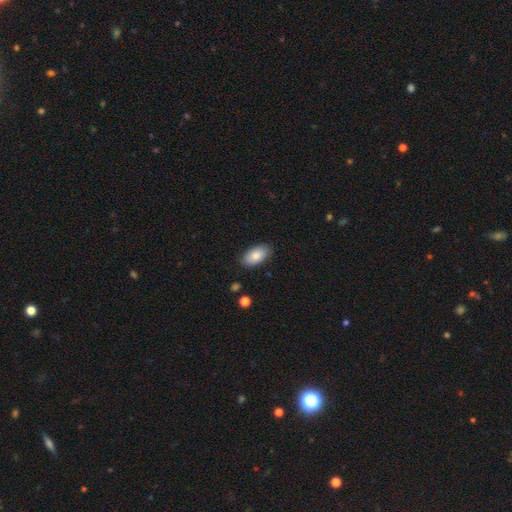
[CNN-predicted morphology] This appears to be a smooth galaxy with no disk features (83%) that is in between round and cigar-shaped (94%). Merging: none (86%).